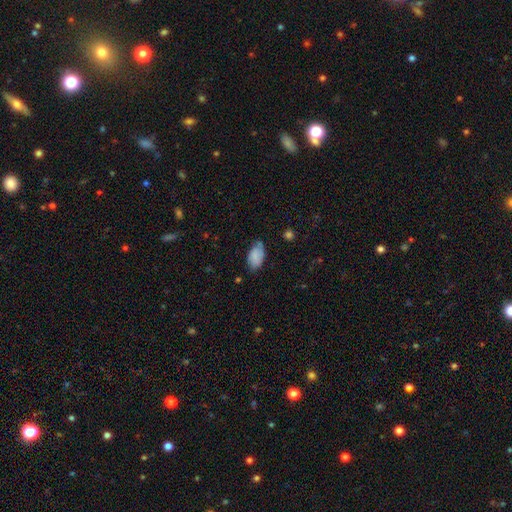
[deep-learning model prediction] This is clearly a smooth galaxy (83%). How rounded: clearly in between (94%). Merging: likely none (61%).